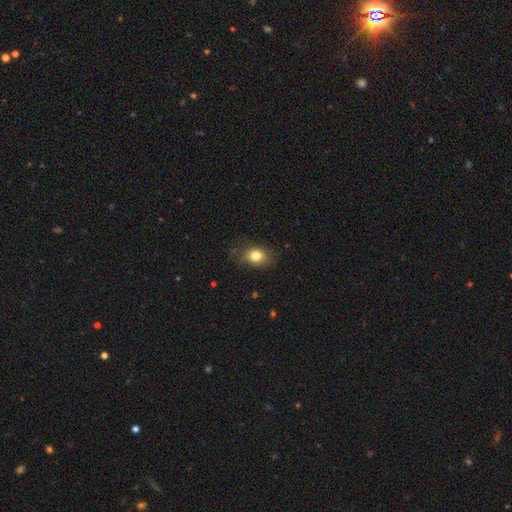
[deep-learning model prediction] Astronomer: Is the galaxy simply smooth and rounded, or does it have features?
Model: smooth — 81%.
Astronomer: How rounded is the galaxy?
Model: in between — 62% (runner-up: round, 37%).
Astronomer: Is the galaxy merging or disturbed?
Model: none — 76%.